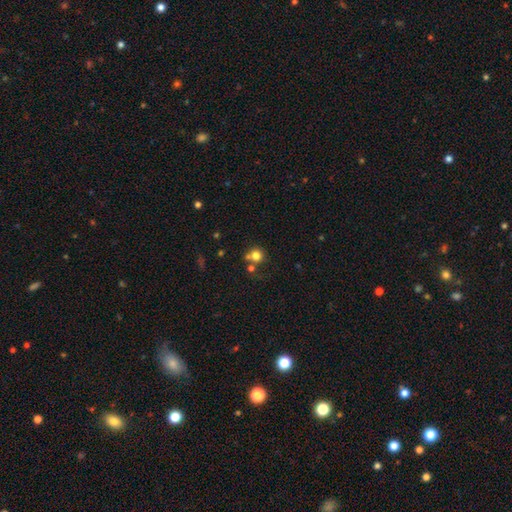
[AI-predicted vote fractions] Smooth or featured? smooth (78%)
How rounded? round (89%)
Merging? none (56%)